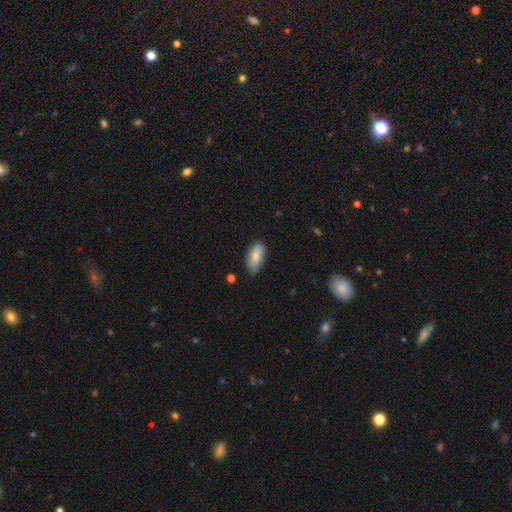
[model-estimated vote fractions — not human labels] Smooth or featured?
  - smooth: 81% *
  - featured or disk: 13%
  - star or artifact: 6%
How rounded?
  - in between: 89% *
  - cigar-shaped: 8%
  - round: 2%
Merging?
  - none: 70% *
  - minor disturbance: 25%
  - major disturbance: 4%
  - merger: 2%